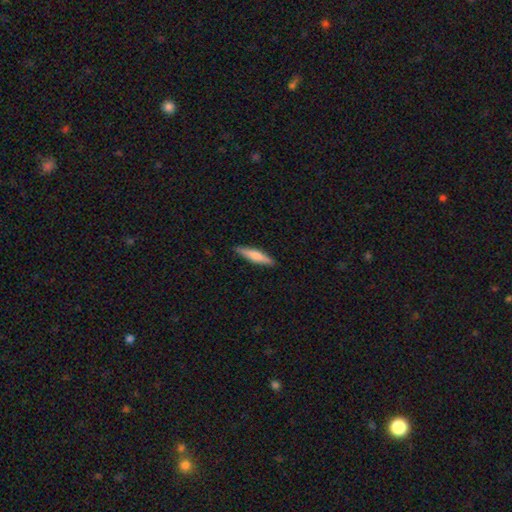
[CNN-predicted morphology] smooth-or-featured: smooth: 65% | featured or disk: 29% | star or artifact: 5%
  how-rounded: cigar-shaped: 83% | in between: 15% | round: 2%
  merging: none: 90% | minor disturbance: 8% | major disturbance: 2% | merger: 1%